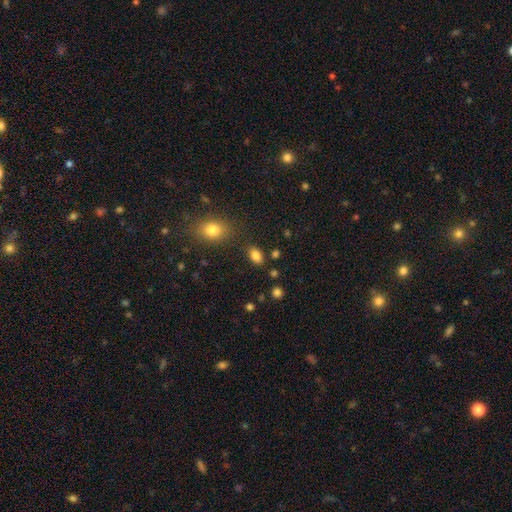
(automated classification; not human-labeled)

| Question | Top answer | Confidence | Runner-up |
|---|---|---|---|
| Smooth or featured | smooth | 84% | star or artifact (11%) |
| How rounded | in between | 85% | round (13%) |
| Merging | none | 82% | minor disturbance (11%) |